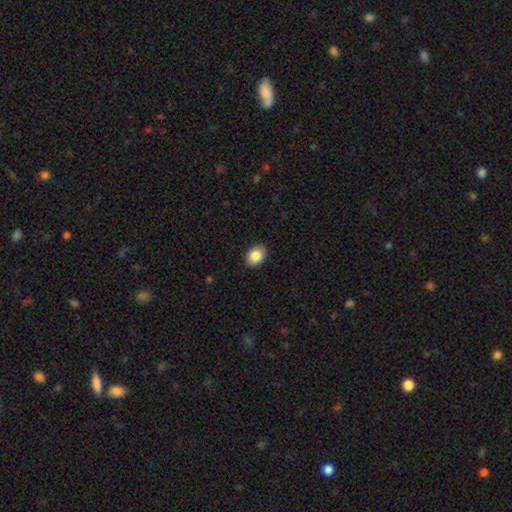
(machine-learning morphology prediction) A smooth galaxy with no disk features (86%) that is in between round and cigar-shaped (79%). Merging: none (89%).